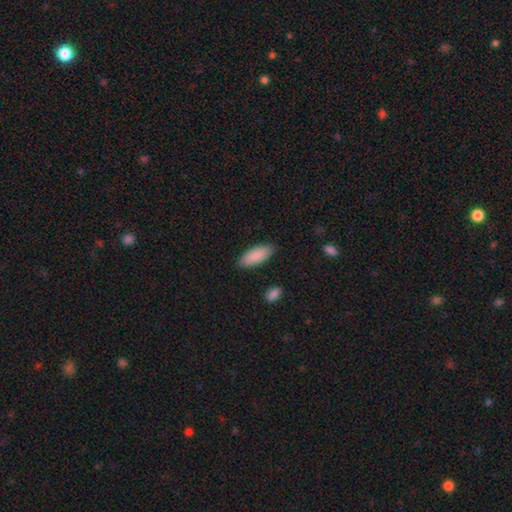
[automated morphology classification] Smooth or featured? smooth (89%)
How rounded? in between (79%)
Merging? none (87%)